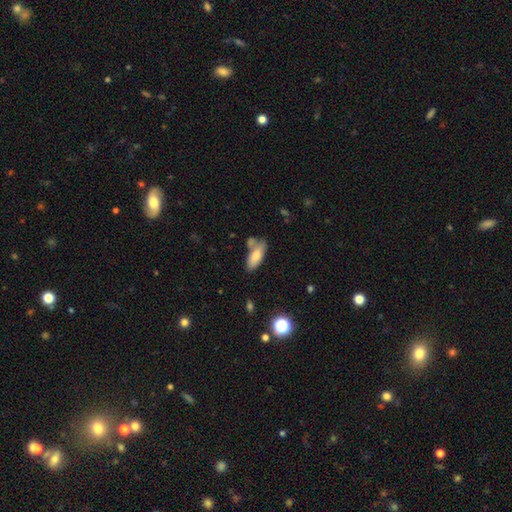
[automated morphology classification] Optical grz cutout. It shows a smooth galaxy with no disk features (76%) that is in between round and cigar-shaped (78%). Merging: none (53%).